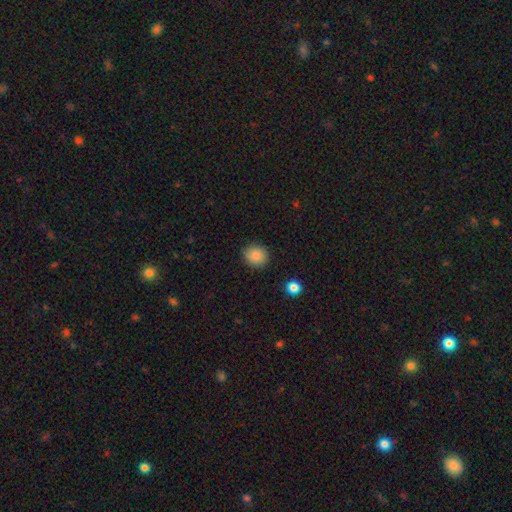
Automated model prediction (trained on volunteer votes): Morphology: type=smooth (87%); roundness=round (77%); merging=none (90%).